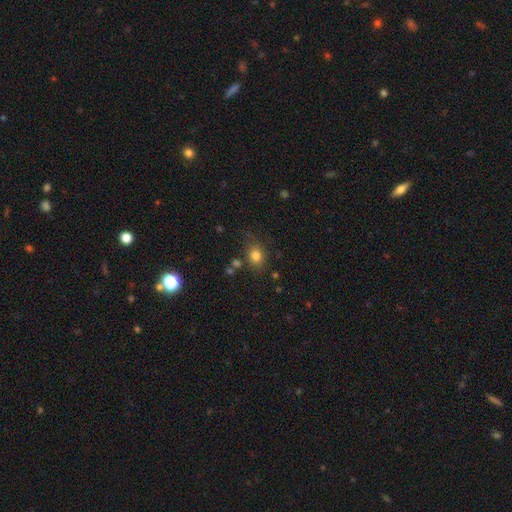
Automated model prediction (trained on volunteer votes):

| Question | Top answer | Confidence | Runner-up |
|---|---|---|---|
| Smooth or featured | smooth | 80% | star or artifact (13%) |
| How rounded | round | 52% | in between (47%) |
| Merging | none | 76% | minor disturbance (15%) |